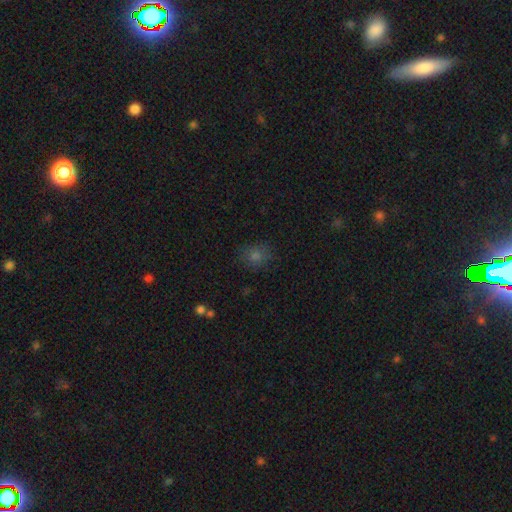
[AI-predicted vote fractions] A smooth galaxy with no disk features (69%) that is round (75%). Merging: none (84%).